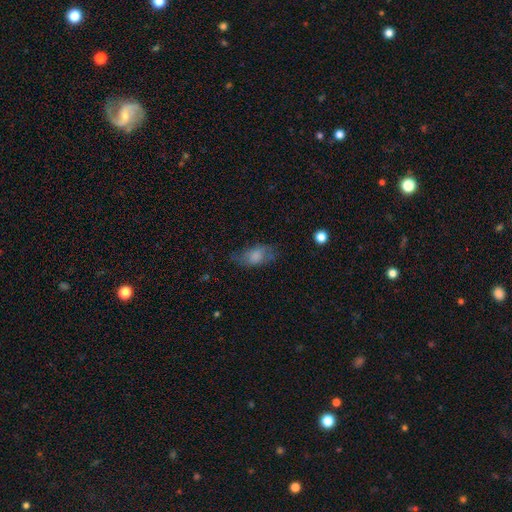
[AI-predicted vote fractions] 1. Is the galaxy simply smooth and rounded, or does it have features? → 72% smooth, 20% featured or disk, 9% star or artifact.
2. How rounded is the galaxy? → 88% in between, 7% cigar-shaped, 6% round.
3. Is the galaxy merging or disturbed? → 60% none, 25% minor disturbance, 13% major disturbance, 2% merger.